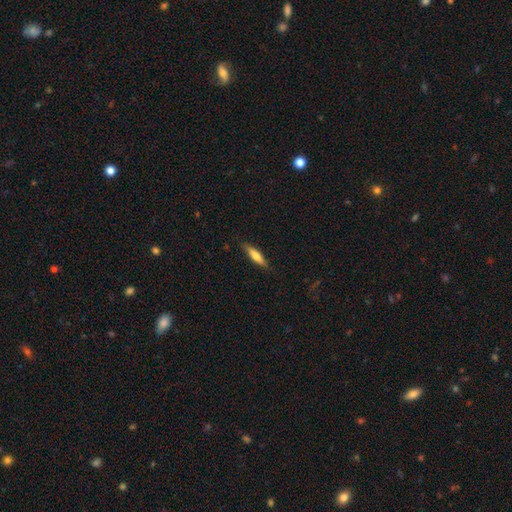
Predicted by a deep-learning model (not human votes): Morphology: type=smooth (63%); roundness=cigar-shaped (79%); merging=none (84%).